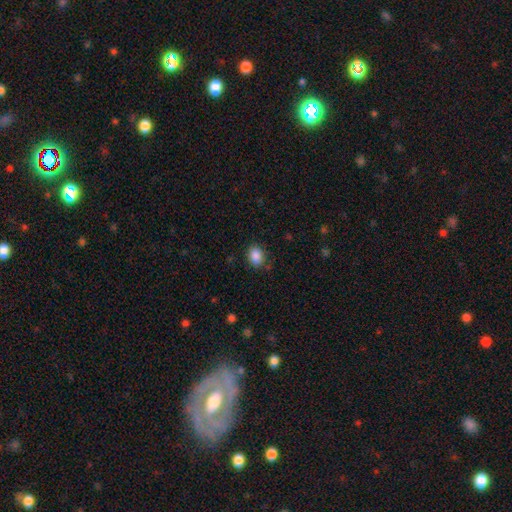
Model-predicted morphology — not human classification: Smooth or featured: smooth — 88% (star or artifact — 9%)
How rounded: in between — 70% (round — 29%)
Merging: none — 82% (minor disturbance — 13%)